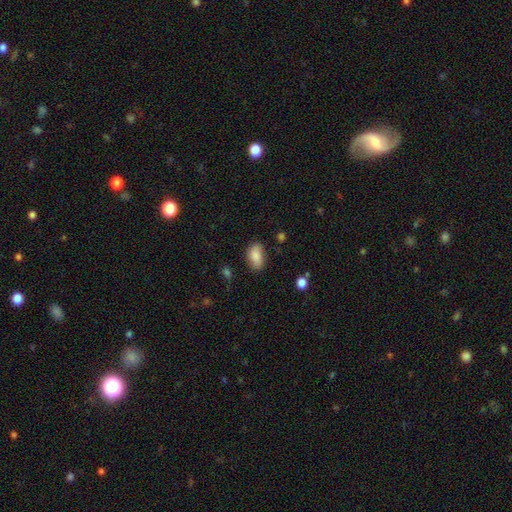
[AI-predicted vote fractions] Smooth or featured? smooth (85%)
How rounded? in between (92%)
Merging? none (76%)